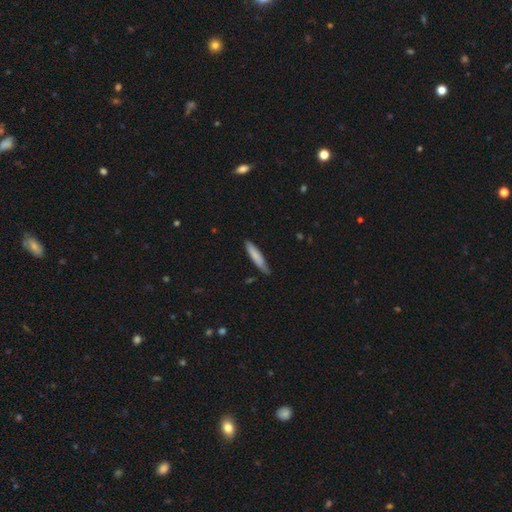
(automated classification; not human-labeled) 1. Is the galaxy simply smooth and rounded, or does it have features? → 77% smooth, 18% featured or disk, 5% star or artifact.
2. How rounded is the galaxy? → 87% cigar-shaped, 12% in between, 1% round.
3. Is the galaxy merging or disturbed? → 79% none, 17% minor disturbance, 2% major disturbance, 2% merger.